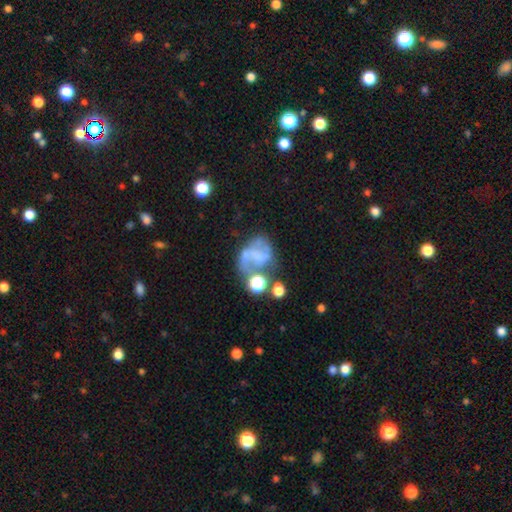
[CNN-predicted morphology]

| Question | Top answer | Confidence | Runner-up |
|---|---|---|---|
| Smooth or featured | featured or disk | 64% | smooth (23%) |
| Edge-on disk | no | 98% | yes (2%) |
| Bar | no | 54% | weak (29%) |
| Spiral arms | yes | 67% | no (33%) |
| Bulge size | none | 66% | small (17%) |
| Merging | none | 37% | major disturbance (26%) |